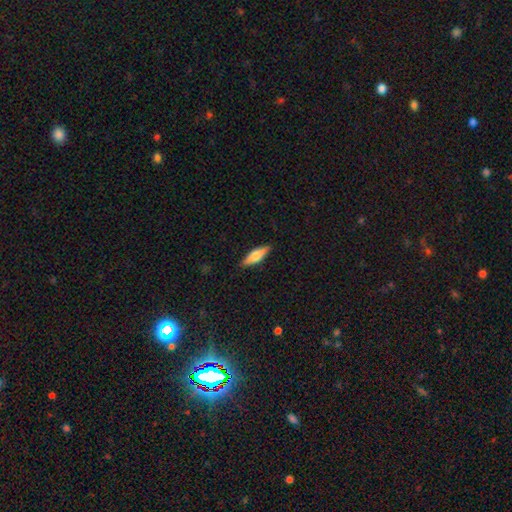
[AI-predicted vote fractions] Smooth or featured? smooth (57%)
How rounded? cigar-shaped (54%)
Merging? none (88%)